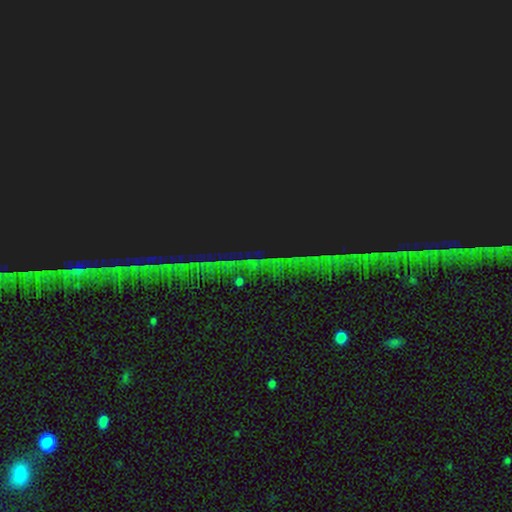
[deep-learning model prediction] This appears to be a star or artifact, not a galaxy (84%).